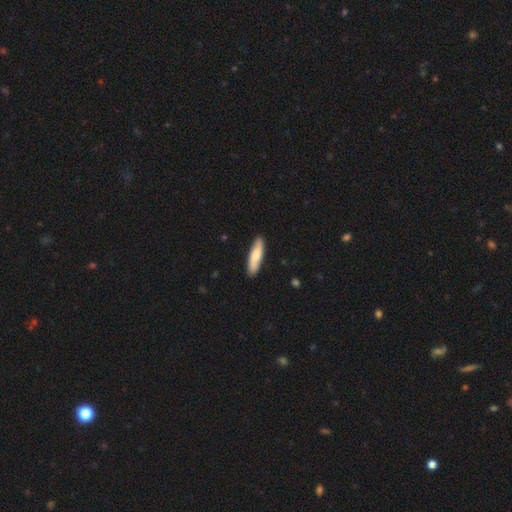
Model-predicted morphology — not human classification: This is likely a smooth galaxy (74%). How rounded: likely cigar-shaped (71%). Merging: clearly none (89%).